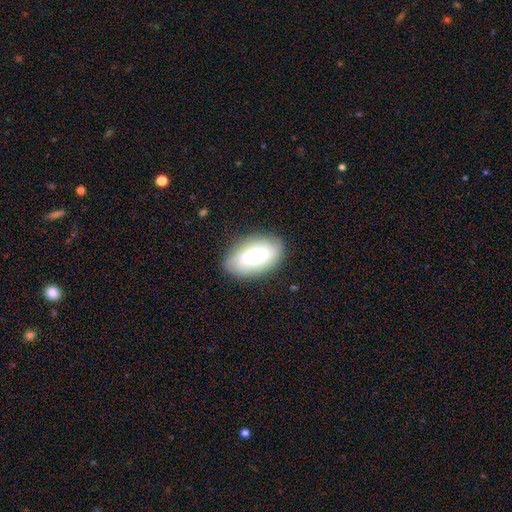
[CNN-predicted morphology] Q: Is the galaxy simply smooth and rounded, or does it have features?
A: featured or disk — 47%.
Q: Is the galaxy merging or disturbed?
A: none — 75%.